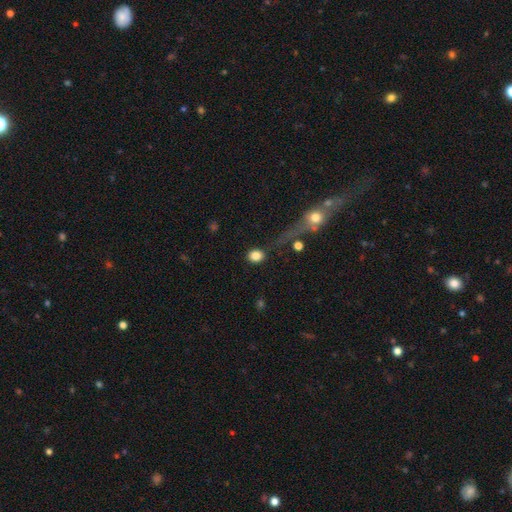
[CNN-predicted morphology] smooth_or_featured: smooth (p=0.84) [alt: star or artifact p=0.10]
how_rounded: round (p=0.67) [alt: in between p=0.31]
merging: none (p=0.80) [alt: minor disturbance p=0.10]